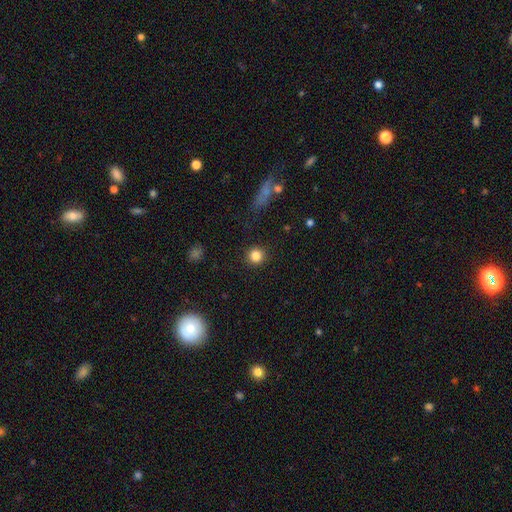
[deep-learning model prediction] This is clearly a smooth galaxy (84%). How rounded: clearly round (94%). Merging: clearly none (91%).